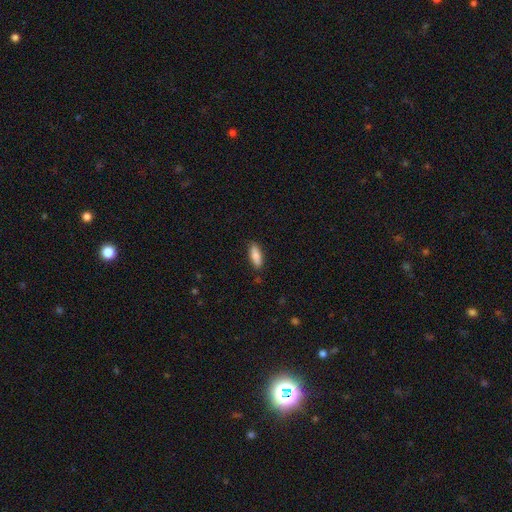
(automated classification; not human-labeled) This is clearly a smooth galaxy (83%). How rounded: likely in between (67%). Merging: clearly none (85%).